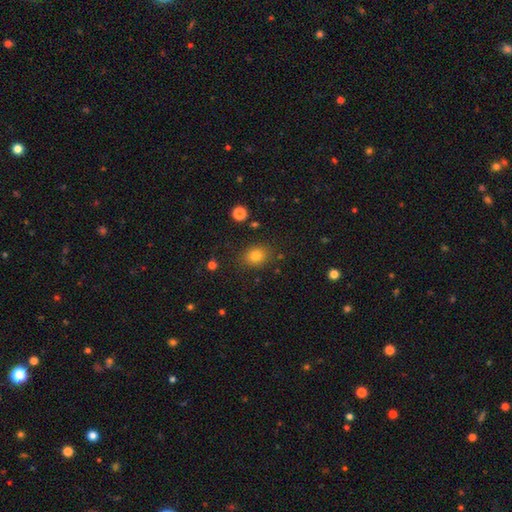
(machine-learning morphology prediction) A smooth galaxy with no disk features (80%) that is round (59%). Merging: none (84%).